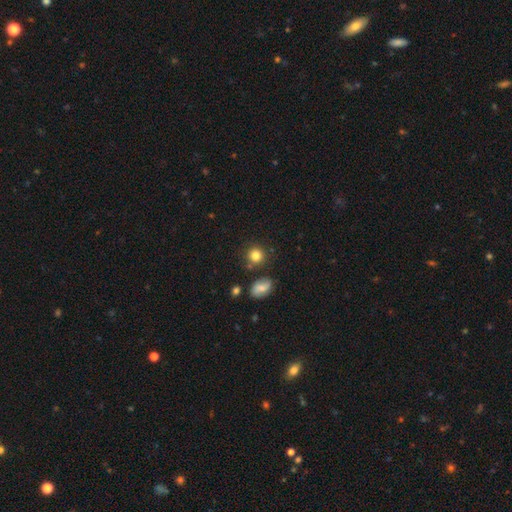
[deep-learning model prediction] smooth-or-featured: smooth: 82% | star or artifact: 11% | featured or disk: 7%
  how-rounded: round: 88% | in between: 11% | cigar-shaped: 1%
  merging: none: 79% | minor disturbance: 11% | merger: 7% | major disturbance: 3%